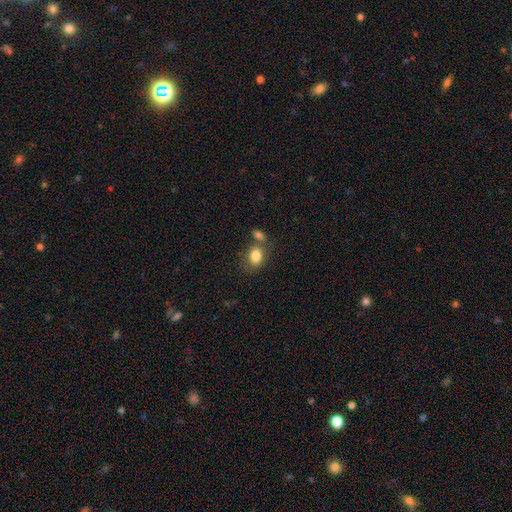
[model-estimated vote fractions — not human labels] Morphology: type=smooth (83%); roundness=in between (61%); merging=none (54%).